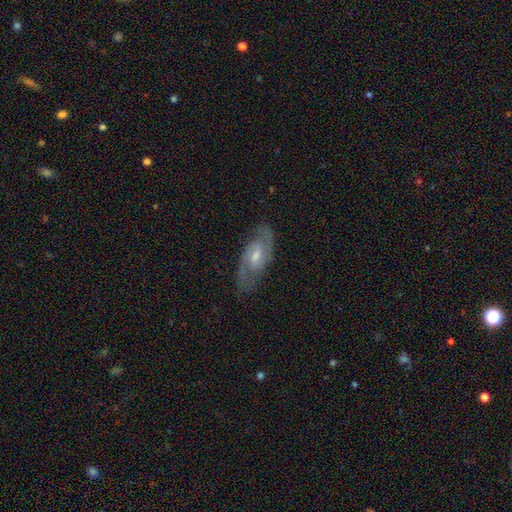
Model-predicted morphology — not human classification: Smooth or featured? Predicted: featured or disk (p=0.84). Edge-on disk? Predicted: no (p=0.94). Bar? Predicted: weak (p=0.53). Spiral arms? Predicted: yes (p=0.96). Spiral winding? Predicted: medium (p=0.52). Spiral arm count? Predicted: 2 (p=0.88). Bulge size? Predicted: moderate (p=0.48). Merging? Predicted: none (p=0.81).